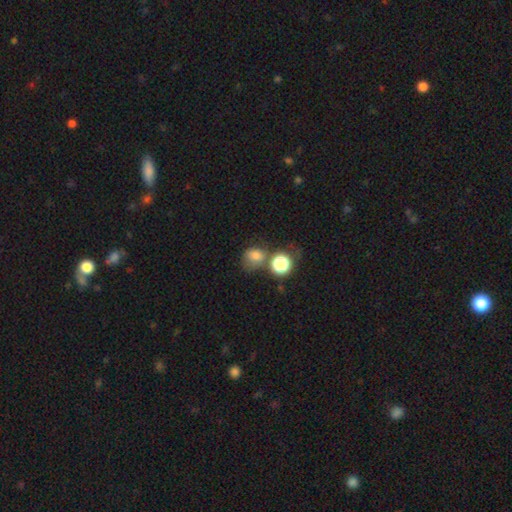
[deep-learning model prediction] Morphology: type=smooth (74%); roundness=round (64%); merging=none (46%).